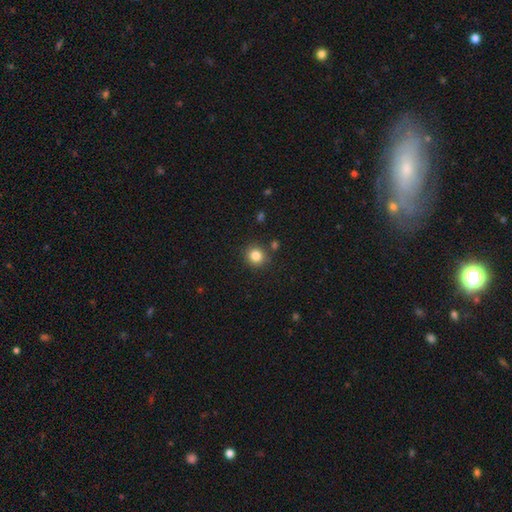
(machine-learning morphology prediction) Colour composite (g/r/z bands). It shows a smooth galaxy with no disk features (83%) that is round (89%). Merging: none (86%).